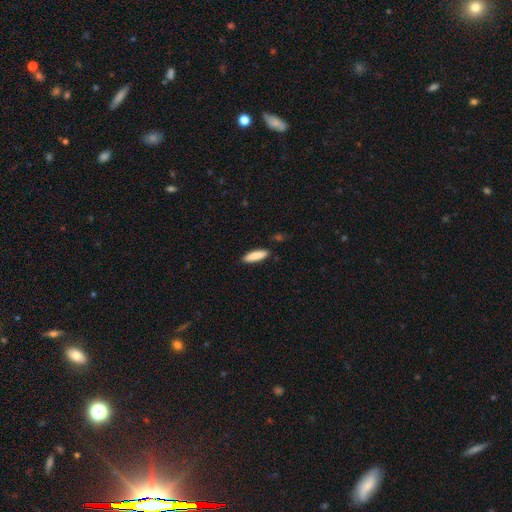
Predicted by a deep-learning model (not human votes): Smooth or featured? smooth (87%)
How rounded? cigar-shaped (61%)
Merging? none (87%)